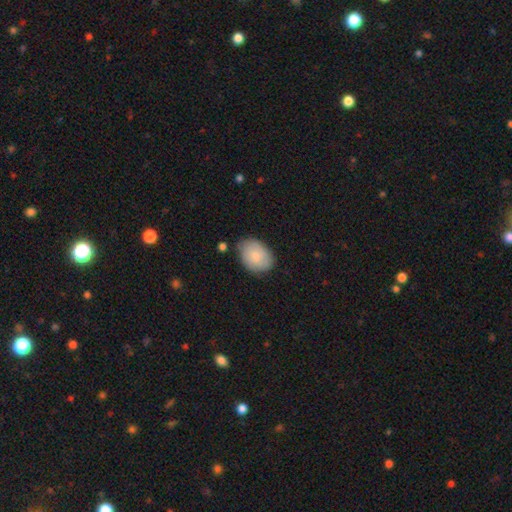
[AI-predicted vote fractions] A smooth galaxy with no disk features (81%) that is in between round and cigar-shaped (78%). Merging: none (73%).